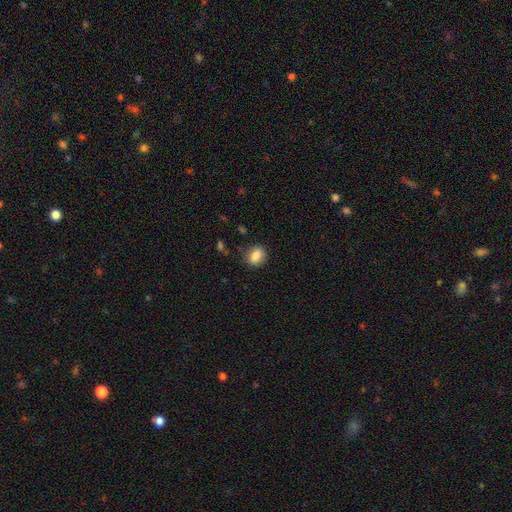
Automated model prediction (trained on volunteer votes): Smooth or featured? Predicted: smooth (p=0.84). How rounded? Predicted: in between (p=0.63). Merging? Predicted: none (p=0.81).